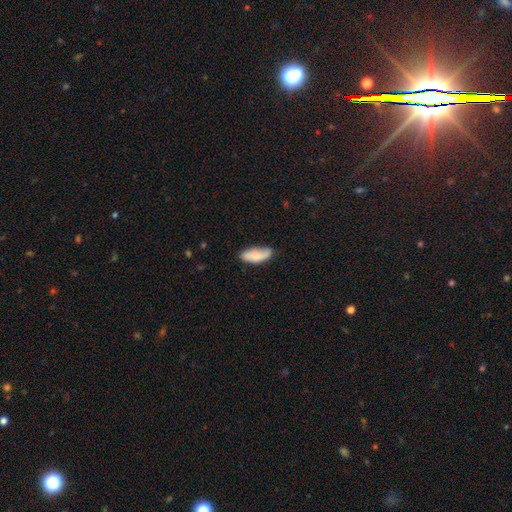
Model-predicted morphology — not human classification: Smooth or featured?
  - smooth: 76% *
  - featured or disk: 18%
  - star or artifact: 6%
How rounded?
  - in between: 81% *
  - cigar-shaped: 17%
  - round: 2%
Merging?
  - none: 65% *
  - minor disturbance: 27%
  - major disturbance: 6%
  - merger: 2%